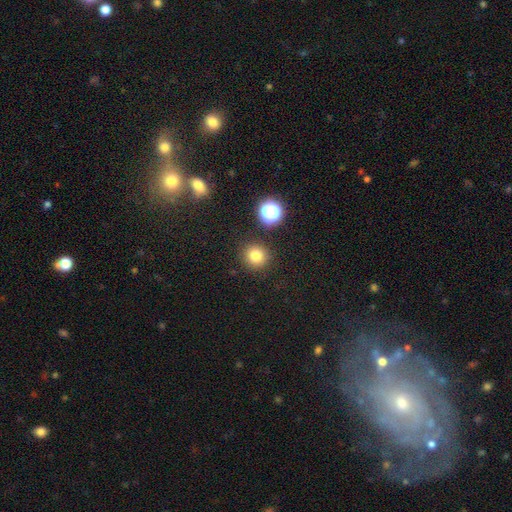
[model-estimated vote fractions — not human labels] Smooth or featured?
  - smooth: 80% *
  - star or artifact: 15%
  - featured or disk: 6%
How rounded?
  - round: 93% *
  - in between: 6%
  - cigar-shaped: 1%
Merging?
  - none: 88% *
  - minor disturbance: 7%
  - merger: 3%
  - major disturbance: 3%